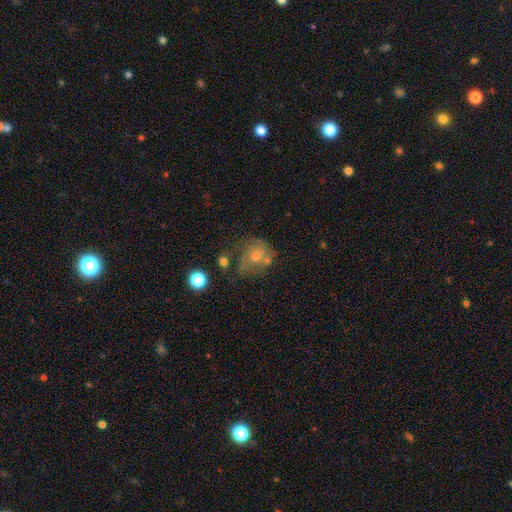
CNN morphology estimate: type=smooth (45%); merging=none (47%).